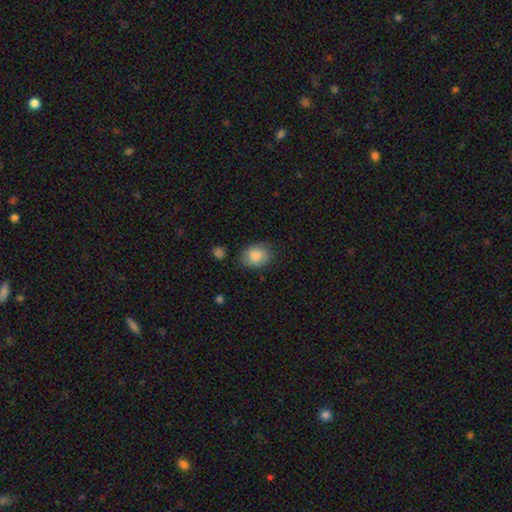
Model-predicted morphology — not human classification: smooth_or_featured: smooth (p=0.85) [alt: featured or disk p=0.08]
how_rounded: in between (p=0.65) [alt: round p=0.34]
merging: none (p=0.72) [alt: minor disturbance p=0.21]